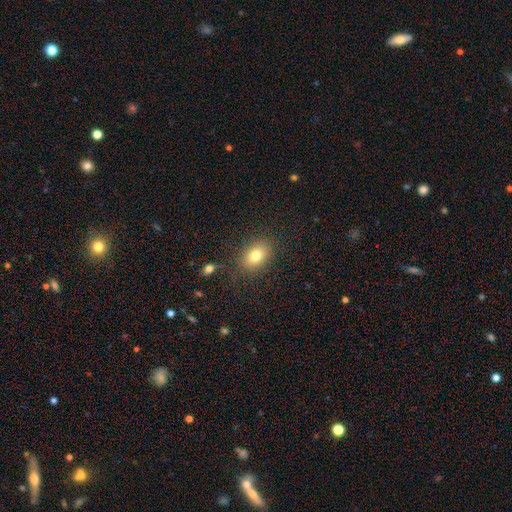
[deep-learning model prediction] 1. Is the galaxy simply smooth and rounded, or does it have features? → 79% smooth, 11% featured or disk, 11% star or artifact.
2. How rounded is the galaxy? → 73% in between, 26% round, 1% cigar-shaped.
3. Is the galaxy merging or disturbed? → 80% none, 12% minor disturbance, 5% major disturbance, 3% merger.